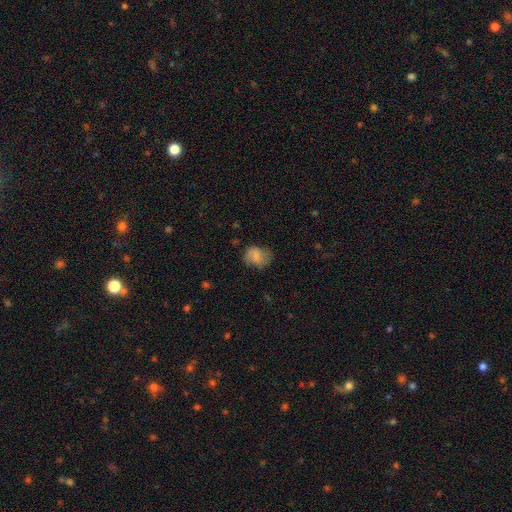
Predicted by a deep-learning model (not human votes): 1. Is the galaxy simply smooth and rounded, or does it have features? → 74% smooth, 17% featured or disk, 9% star or artifact.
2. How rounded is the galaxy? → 52% in between, 47% round, 1% cigar-shaped.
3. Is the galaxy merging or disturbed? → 55% none, 30% minor disturbance, 14% major disturbance, 2% merger.